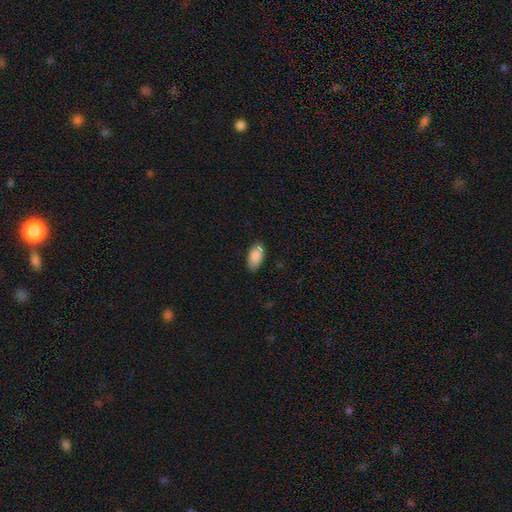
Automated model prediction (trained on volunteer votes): The model was most divided on "merging": none: 84%, minor disturbance: 13%, major disturbance: 2%, merger: 1%. More confident: how rounded — in between (94%); smooth or featured — smooth (87%).